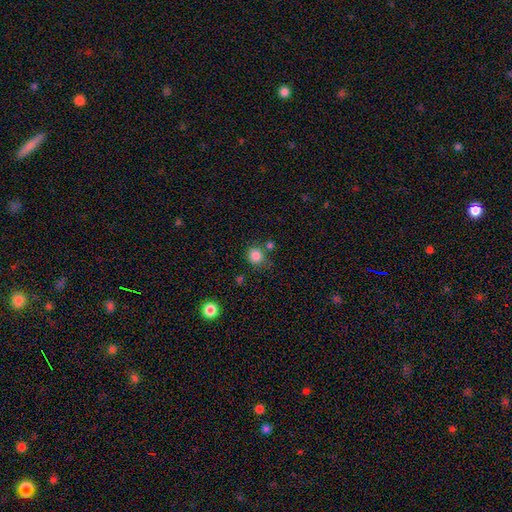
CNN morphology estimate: Smooth or featured? smooth (85%)
How rounded? round (85%)
Merging? none (72%)